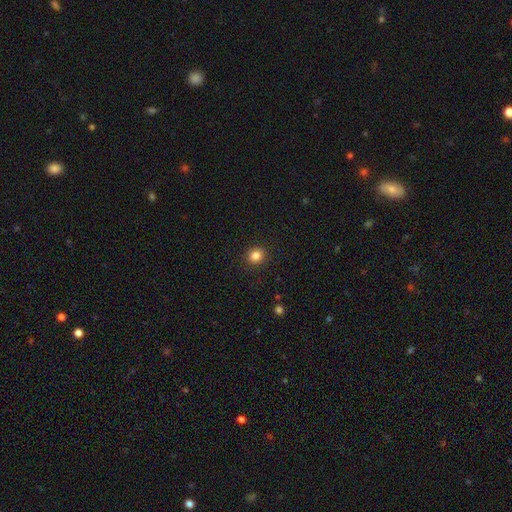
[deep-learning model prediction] Smooth or featured? smooth (84%)
How rounded? round (82%)
Merging? none (91%)